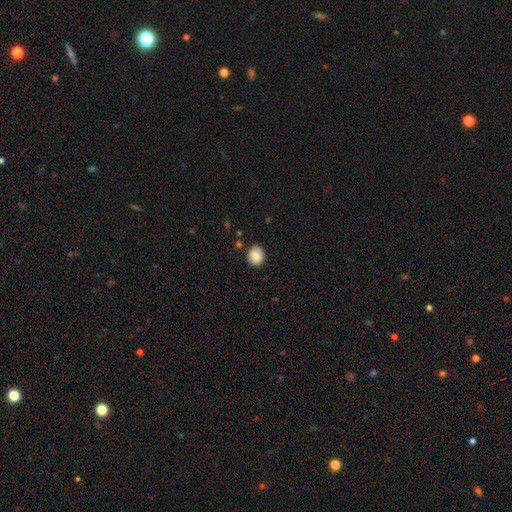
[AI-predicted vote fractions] smooth 87%, star or artifact 8%, featured or disk 5%. Down the decision tree: how rounded — round (64%); merging — none (84%).